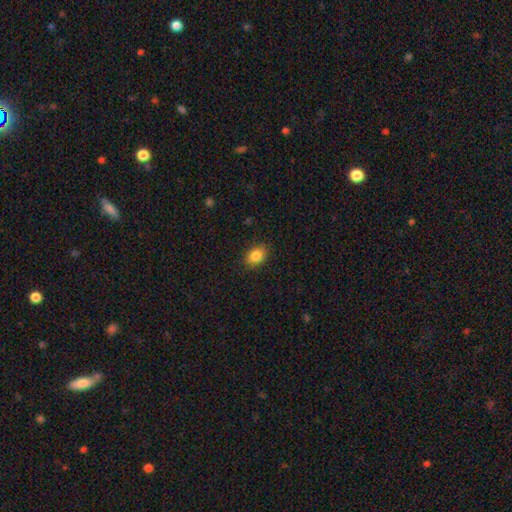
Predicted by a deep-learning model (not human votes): Overall: smooth (86%). How rounded: in between (68%; round 30%). Merging: none (87%).